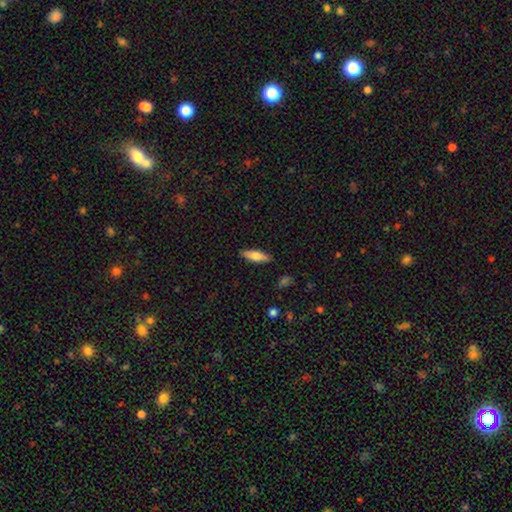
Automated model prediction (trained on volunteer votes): This is likely a smooth galaxy (66%). How rounded: possibly cigar-shaped (51%). Merging: clearly none (87%).